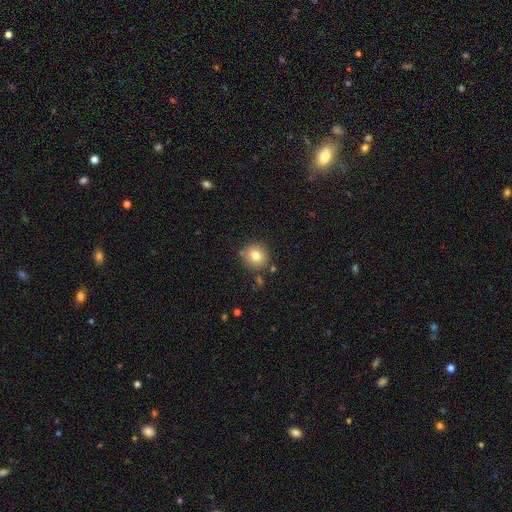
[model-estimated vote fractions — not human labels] smooth 78%, star or artifact 11%, featured or disk 11%. Down the decision tree: how rounded — round (89%); merging — none (84%).